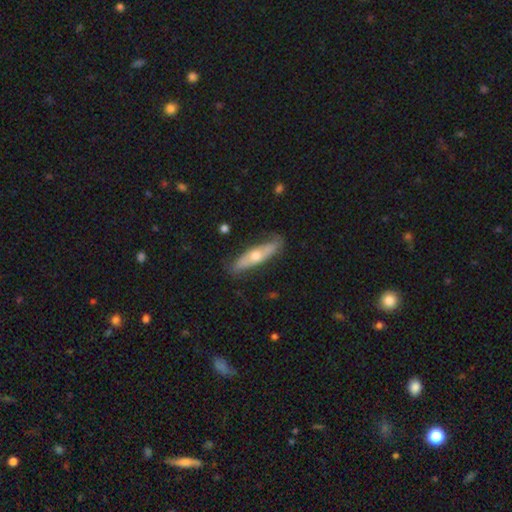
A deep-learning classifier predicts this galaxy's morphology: featured or disk 49%, smooth 46%, star or artifact 5%. Down the decision tree: merging — none (80%).